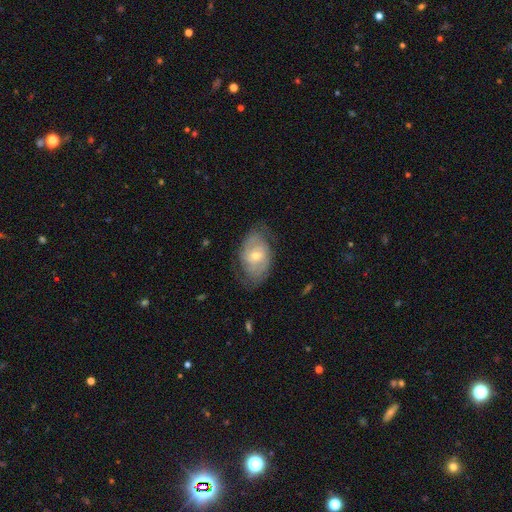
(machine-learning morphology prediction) smooth_or_featured: featured or disk (p=0.73) [alt: smooth p=0.21]
disk_edge_on: no (p=0.95) [alt: yes p=0.05]
bar: no (p=0.61) [alt: weak p=0.33]
has_spiral_arms: yes (p=0.87) [alt: no p=0.13]
spiral_winding: tight (p=0.53) [alt: medium p=0.34]
spiral_arm_count: 2 (p=0.54) [alt: can't tell p=0.30]
bulge_size: small (p=0.49) [alt: moderate p=0.48]
merging: none (p=0.70) [alt: minor disturbance p=0.21]